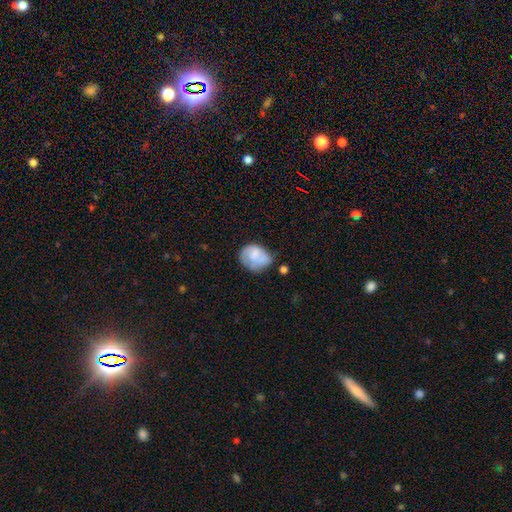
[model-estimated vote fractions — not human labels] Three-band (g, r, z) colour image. It shows a smooth galaxy with no disk features (62%) that is in between round and cigar-shaped (54%). Merging: minor disturbance (38%).